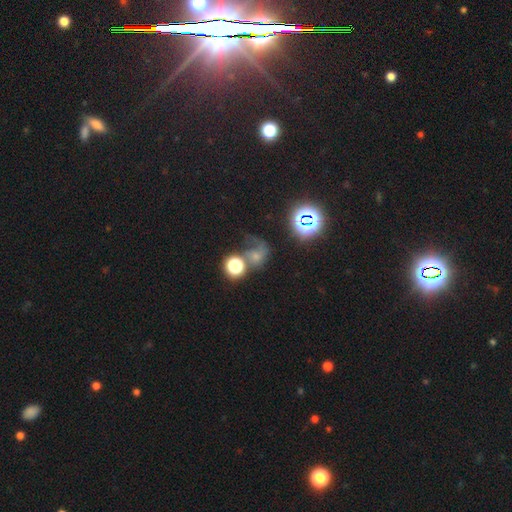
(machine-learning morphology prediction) type=smooth (47%); merging=major disturbance (38%).